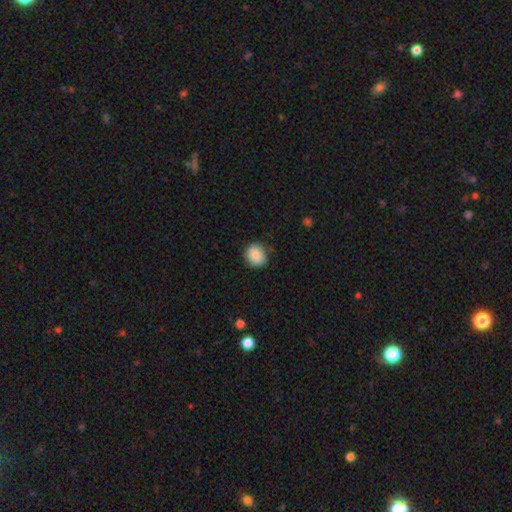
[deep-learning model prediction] Overall: smooth (87%). How rounded: round (77%). Merging: none (83%).